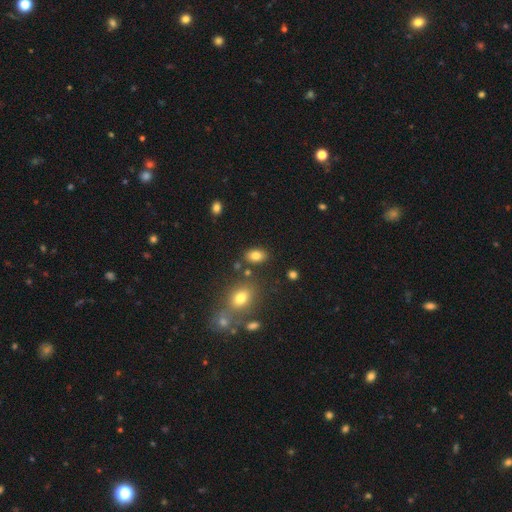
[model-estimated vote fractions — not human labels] Smooth or featured?
  - smooth: 81% *
  - star or artifact: 11%
  - featured or disk: 9%
How rounded?
  - in between: 84% *
  - round: 14%
  - cigar-shaped: 2%
Merging?
  - none: 80% *
  - minor disturbance: 11%
  - merger: 6%
  - major disturbance: 3%